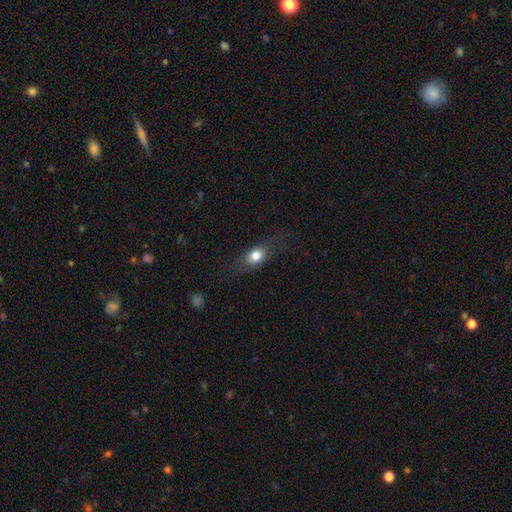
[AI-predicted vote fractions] This is likely a smooth galaxy (74%). How rounded: likely in between (60%). Merging: likely none (72%).